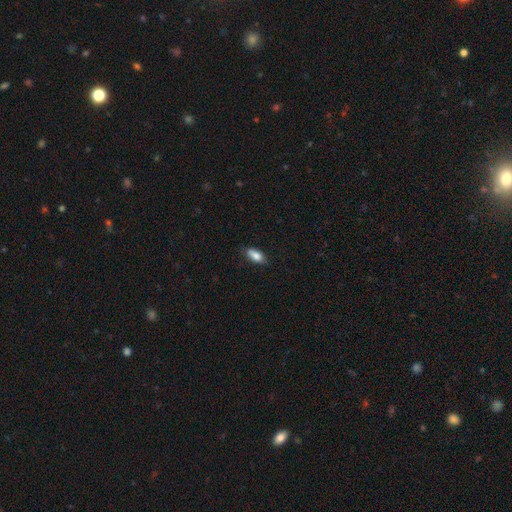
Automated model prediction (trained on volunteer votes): A smooth galaxy with no disk features (83%) that is in between round and cigar-shaped (85%). Merging: none (79%).